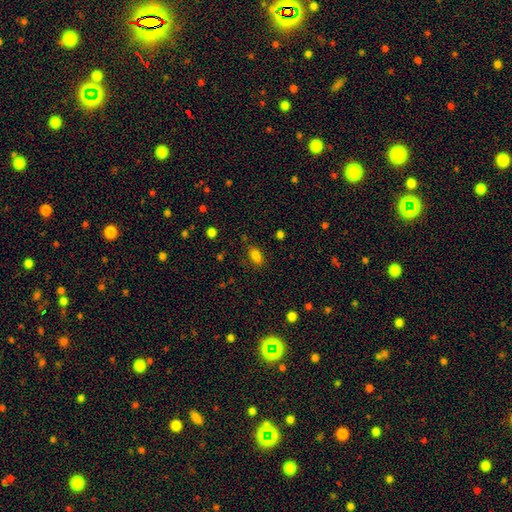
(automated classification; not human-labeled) A smooth galaxy with no disk features (83%) that is in between round and cigar-shaped (87%).

Vote fractions:
- Smooth or featured? smooth: 83% / star or artifact: 12% / featured or disk: 5%
- How rounded? in between: 87% / round: 10% / cigar-shaped: 3%
- Merging? none: 81% / minor disturbance: 13% / major disturbance: 4% / merger: 2%